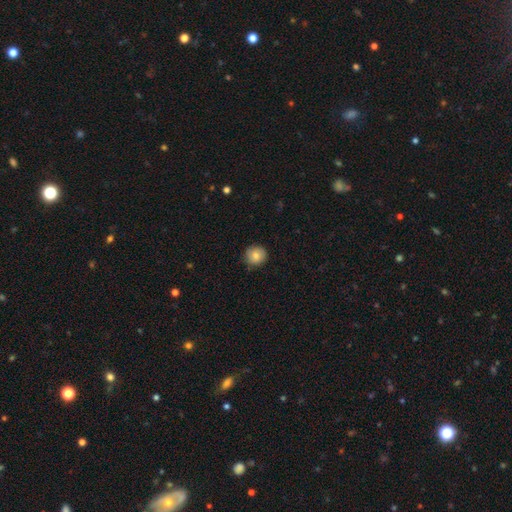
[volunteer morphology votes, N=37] Volunteers were most divided on "smooth or featured": smooth: 78%, featured or disk: 16%, star or artifact: 5%. More confident: how rounded — round (97%); merging — none (94%).